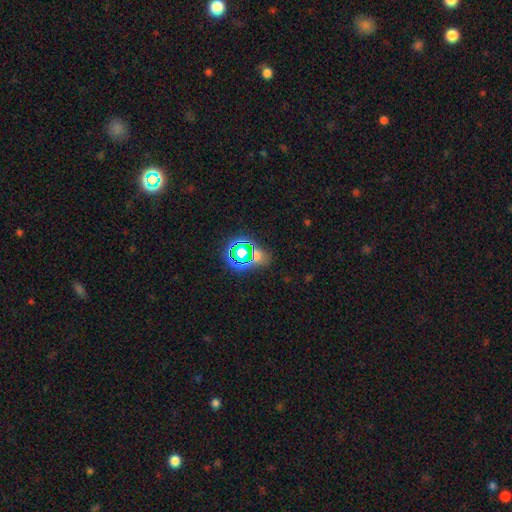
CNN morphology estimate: Q: Smooth or featured?
A: star or artifact (57%); runner-up: smooth (32%)